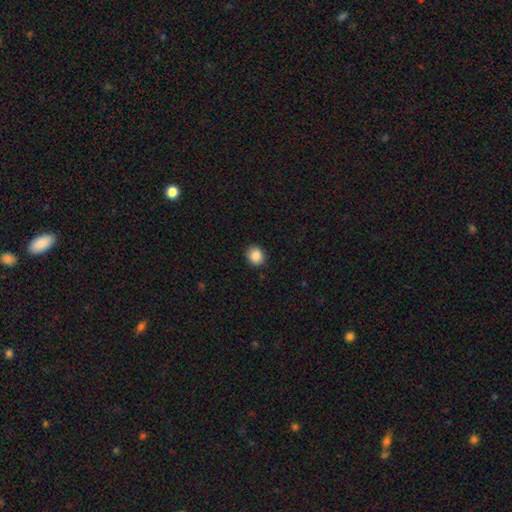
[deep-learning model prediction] Smooth or featured? smooth (88%)
How rounded? round (78%)
Merging? none (89%)